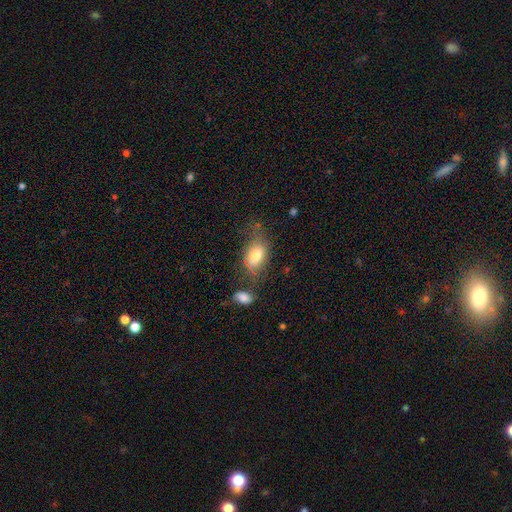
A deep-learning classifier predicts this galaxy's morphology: A smooth galaxy with no disk features (75%) that is in between round and cigar-shaped (86%). Merging: none (54%).